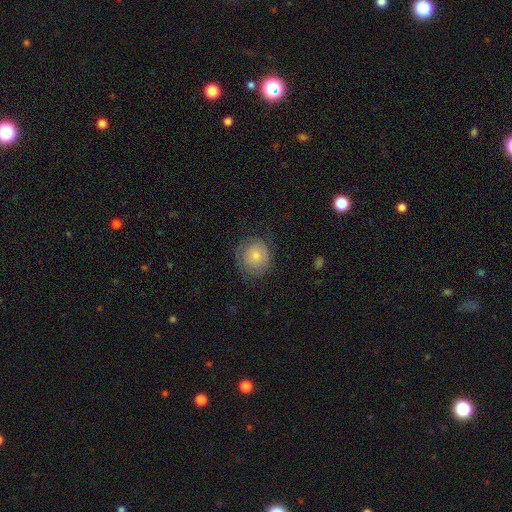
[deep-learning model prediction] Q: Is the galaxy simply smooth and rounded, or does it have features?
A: smooth — 57%.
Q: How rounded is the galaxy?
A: round — 87%.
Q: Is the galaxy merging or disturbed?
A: none — 71%.